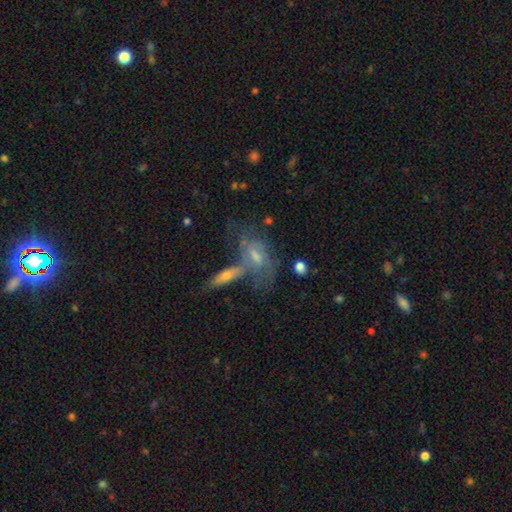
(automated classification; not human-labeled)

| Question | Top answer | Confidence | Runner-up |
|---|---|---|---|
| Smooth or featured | featured or disk | 57% | smooth (31%) |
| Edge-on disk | no | 80% | yes (20%) |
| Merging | merger | 38% | none (32%) |